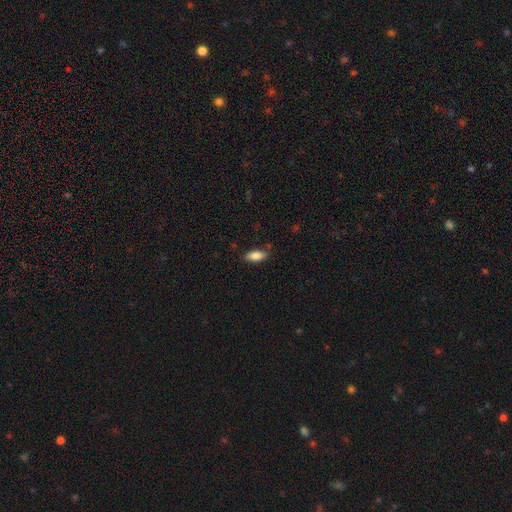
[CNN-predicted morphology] The model was most divided on "merging": none: 82%, minor disturbance: 14%, major disturbance: 3%, merger: 2%. More confident: how rounded — in between (85%); smooth or featured — smooth (85%).